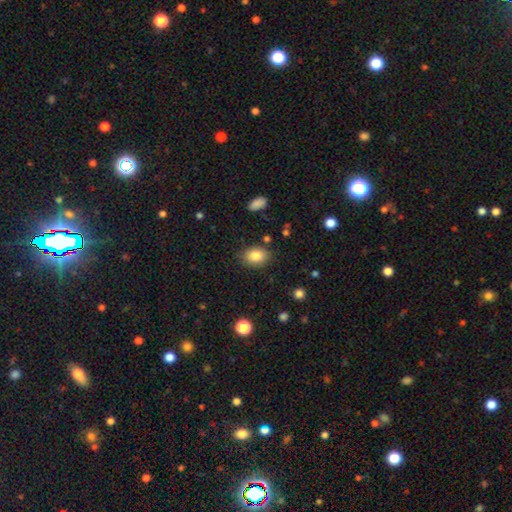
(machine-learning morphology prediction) Smooth or featured: smooth — 84% (star or artifact — 9%)
How rounded: in between — 75% (round — 24%)
Merging: none — 84% (minor disturbance — 11%)